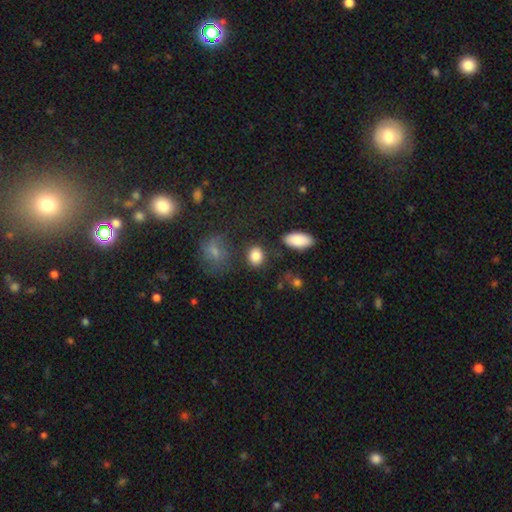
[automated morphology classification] This is clearly a smooth galaxy (86%). How rounded: possibly in between (54%). Merging: clearly none (81%).